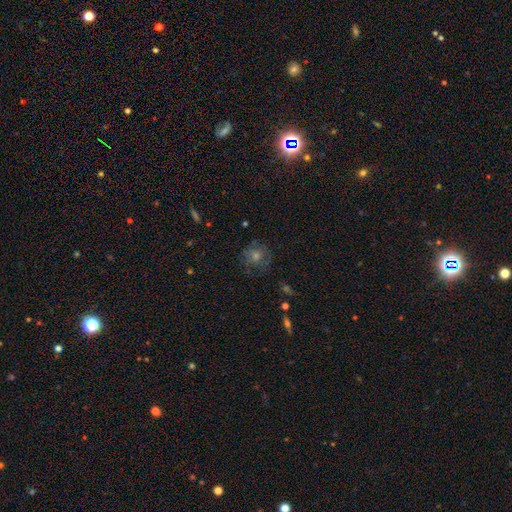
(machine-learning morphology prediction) Overall: smooth (39%; star or artifact 31%). Merging: none (76%).